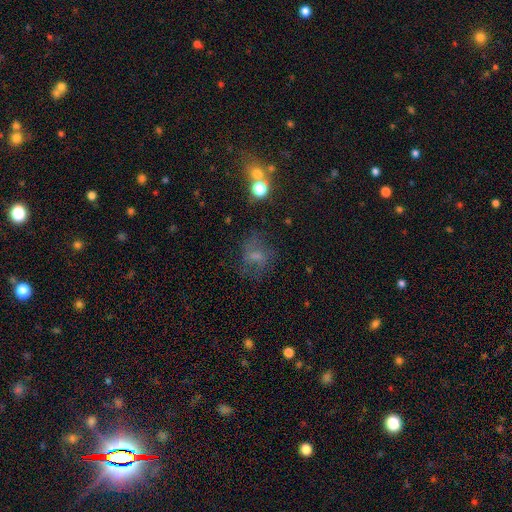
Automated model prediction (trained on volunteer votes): Morphology: type=smooth (47%); merging=none (52%).